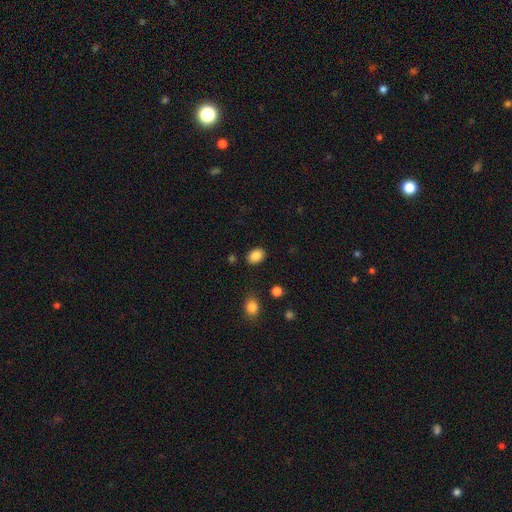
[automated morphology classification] smooth-or-featured: smooth: 87% | star or artifact: 9% | featured or disk: 4%
  how-rounded: in between: 77% | round: 22% | cigar-shaped: 1%
  merging: none: 86% | minor disturbance: 10% | major disturbance: 3% | merger: 2%